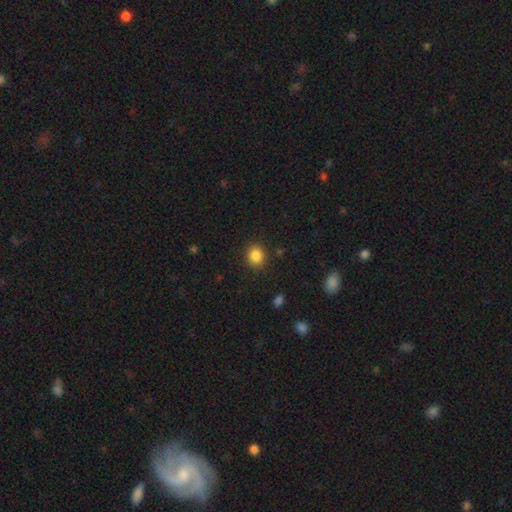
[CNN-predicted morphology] smooth-or-featured: smooth: 86% | star or artifact: 10% | featured or disk: 4%
  how-rounded: round: 69% | in between: 30% | cigar-shaped: 1%
  merging: none: 88% | minor disturbance: 8% | major disturbance: 3% | merger: 1%